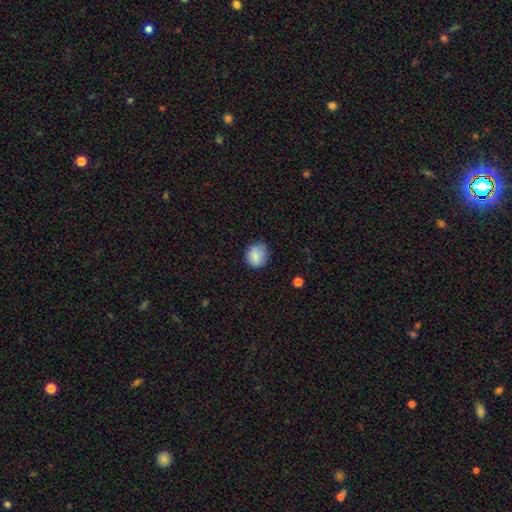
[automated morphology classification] Smooth or featured? Predicted: smooth (p=0.84). How rounded? Predicted: round (p=0.68). Merging? Predicted: none (p=0.71).